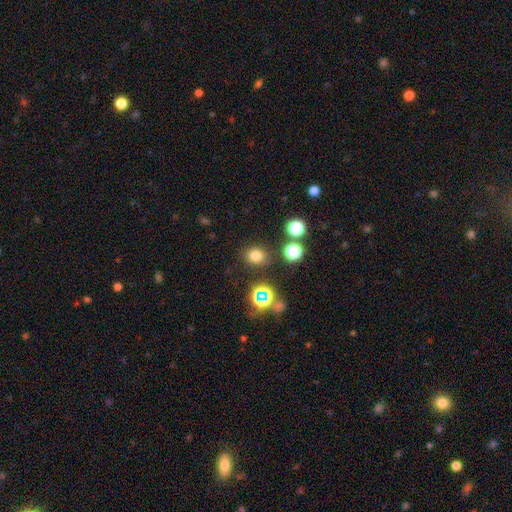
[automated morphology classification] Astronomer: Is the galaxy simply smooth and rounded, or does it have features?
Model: smooth — 74%.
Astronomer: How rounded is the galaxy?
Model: round — 71%.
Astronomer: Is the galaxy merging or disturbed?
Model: none — 81%.